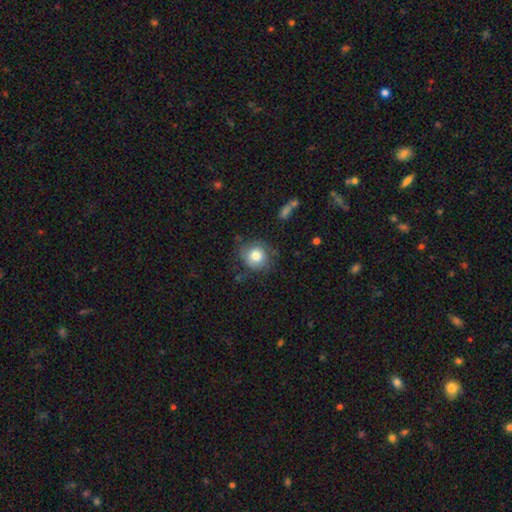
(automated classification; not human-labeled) Smooth or featured? Predicted: smooth (p=0.69). How rounded? Predicted: round (p=0.82). Merging? Predicted: none (p=0.65).